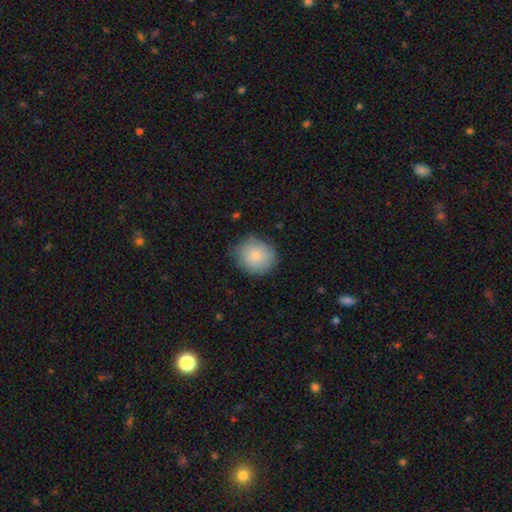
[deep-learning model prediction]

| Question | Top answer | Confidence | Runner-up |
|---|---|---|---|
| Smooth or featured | smooth | 79% | featured or disk (14%) |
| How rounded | round | 77% | in between (22%) |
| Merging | none | 72% | minor disturbance (22%) |